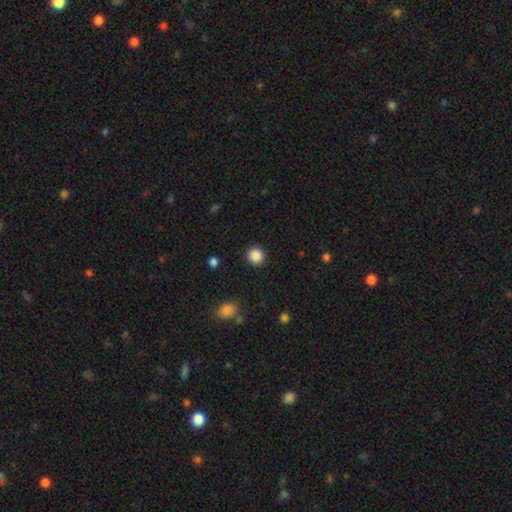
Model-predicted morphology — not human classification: Smooth or featured: smooth — 87% (star or artifact — 10%)
How rounded: round — 92% (in between — 7%)
Merging: none — 91% (minor disturbance — 6%)